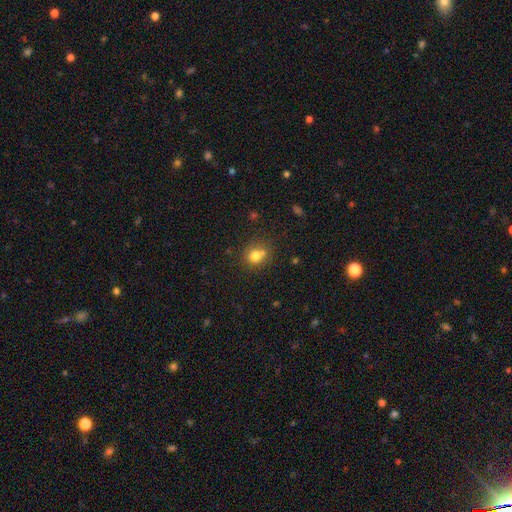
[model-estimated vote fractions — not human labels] smooth-or-featured: smooth: 76% | star or artifact: 13% | featured or disk: 11%
  how-rounded: round: 76% | in between: 23% | cigar-shaped: 1%
  merging: none: 52% | merger: 32% | minor disturbance: 12% | major disturbance: 4%